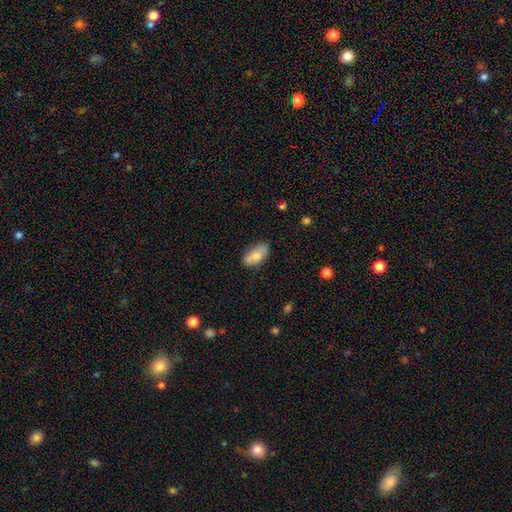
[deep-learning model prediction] smooth-or-featured: smooth: 72% | featured or disk: 21% | star or artifact: 7%
  how-rounded: in between: 93% | cigar-shaped: 4% | round: 4%
  merging: none: 66% | minor disturbance: 24% | major disturbance: 5% | merger: 5%